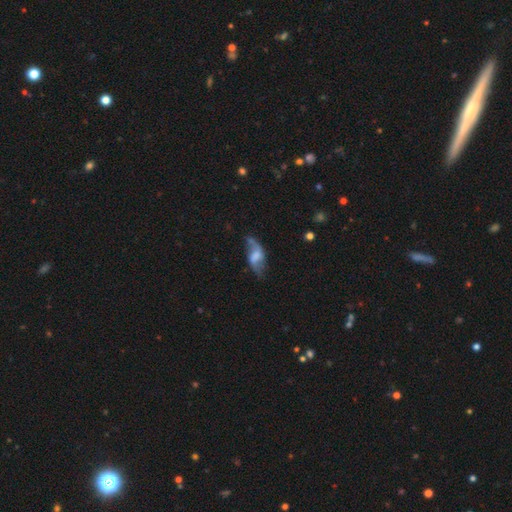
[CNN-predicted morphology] Smooth or featured: featured or disk — 63% (smooth — 29%)
Edge-on disk: no — 90% (yes — 10%)
Bar: weak — 47% (no — 30%)
Spiral arms: yes — 84% (no — 16%)
Bulge size: none — 29% (moderate — 28%)
Merging: none — 57% (minor disturbance — 24%)